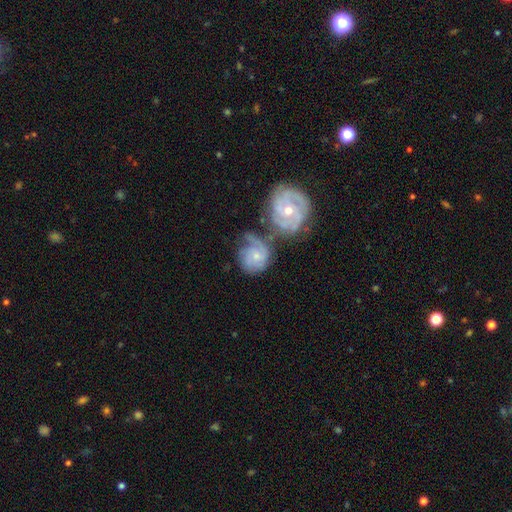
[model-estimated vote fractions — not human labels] Morphology: type=featured or disk (70%); edge-on=no (97%); bar=no (72%); spiral arms=yes (91%); winding=tight (53%); arm count=3 (27%); bulge=small (57%); merging=merger (37%).